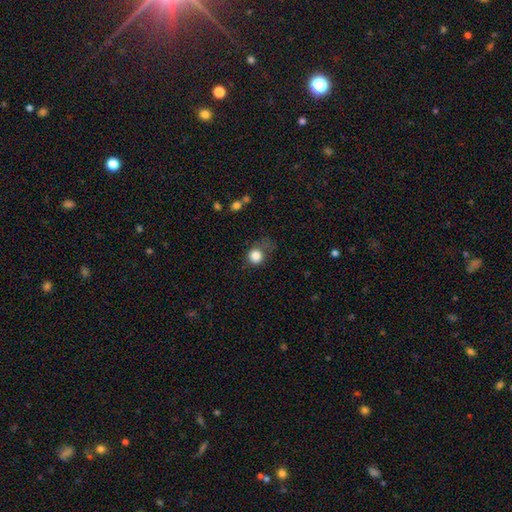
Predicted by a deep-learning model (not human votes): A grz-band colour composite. It shows a smooth galaxy with no disk features (84%) that is round (82%). Merging: none (48%).